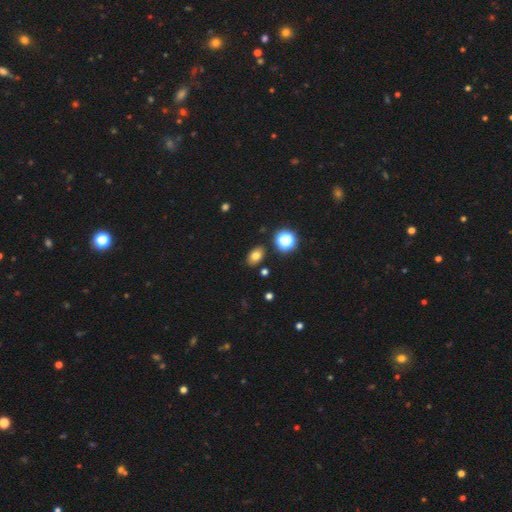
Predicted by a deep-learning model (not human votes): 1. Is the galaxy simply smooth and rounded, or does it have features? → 75% smooth, 15% star or artifact, 10% featured or disk.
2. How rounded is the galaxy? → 82% in between, 17% round, 2% cigar-shaped.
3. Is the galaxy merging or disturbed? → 86% none, 9% minor disturbance, 3% merger, 2% major disturbance.